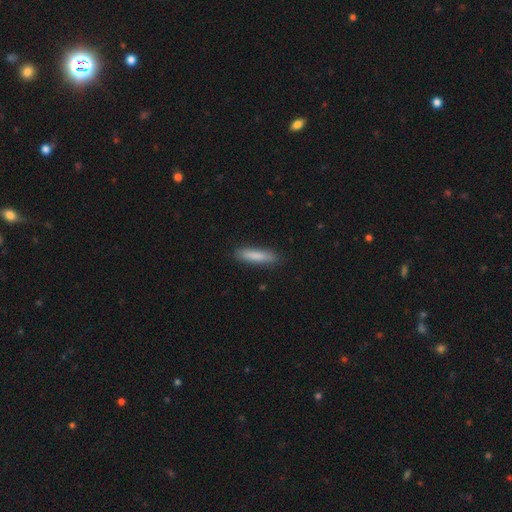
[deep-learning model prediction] A smooth galaxy with no disk features (84%) that is cigar-shaped (80%). Merging: none (87%).